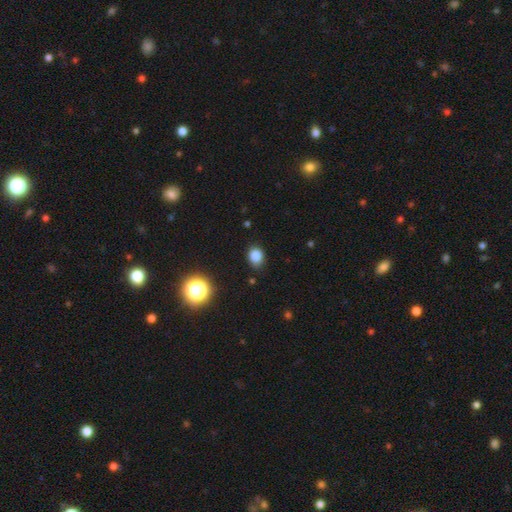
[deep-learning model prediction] This is clearly a smooth galaxy (82%). How rounded: possibly in between (50%). Merging: clearly none (81%).